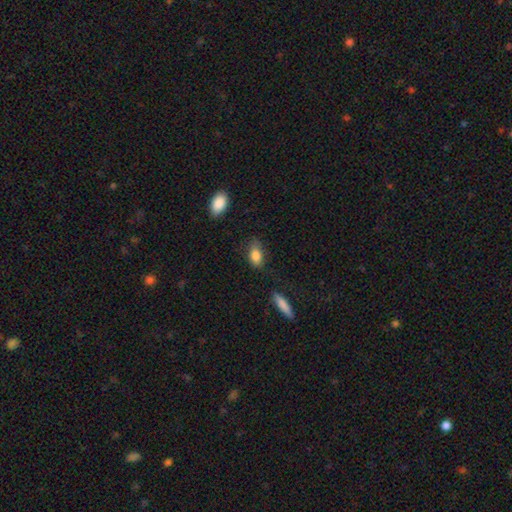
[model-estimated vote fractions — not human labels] A smooth galaxy with no disk features (84%) that is in between round and cigar-shaped (87%). Merging: none (64%).